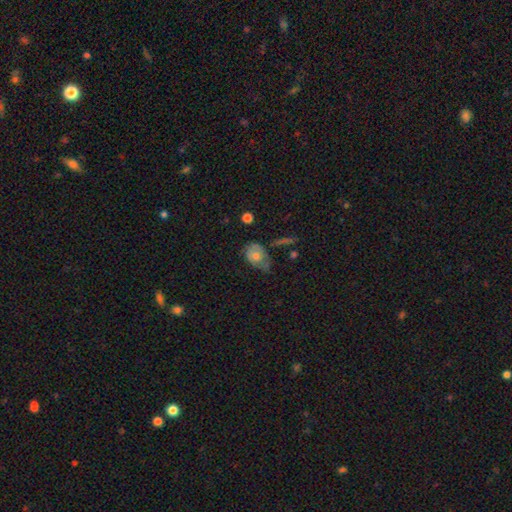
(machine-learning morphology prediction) Smooth or featured? Predicted: smooth (p=0.59). How rounded? Predicted: in between (p=0.74). Merging? Predicted: minor disturbance (p=0.40).